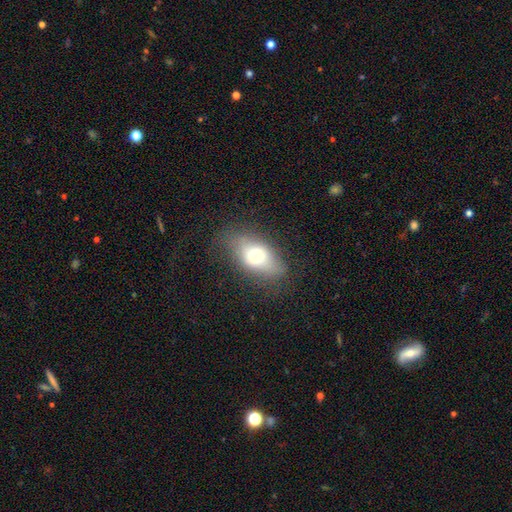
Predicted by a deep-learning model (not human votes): This appears to be a smooth galaxy with no disk features (66%) that is in between round and cigar-shaped (84%). Merging: none (64%).